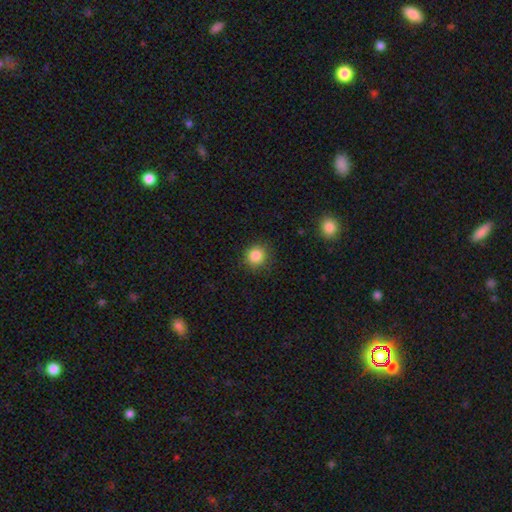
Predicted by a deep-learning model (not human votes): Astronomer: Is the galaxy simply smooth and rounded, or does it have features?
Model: smooth — 85%.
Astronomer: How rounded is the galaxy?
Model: round — 90%.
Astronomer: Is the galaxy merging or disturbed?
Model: none — 89%.